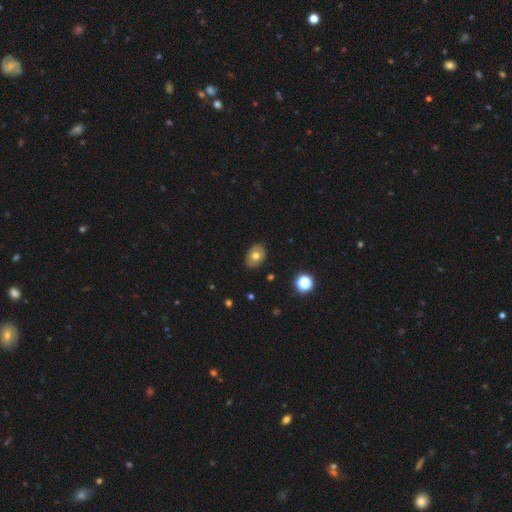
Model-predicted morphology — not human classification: smooth 62%, featured or disk 28%, star or artifact 10%. Down the decision tree: how rounded — in between (70%); merging — none (84%).